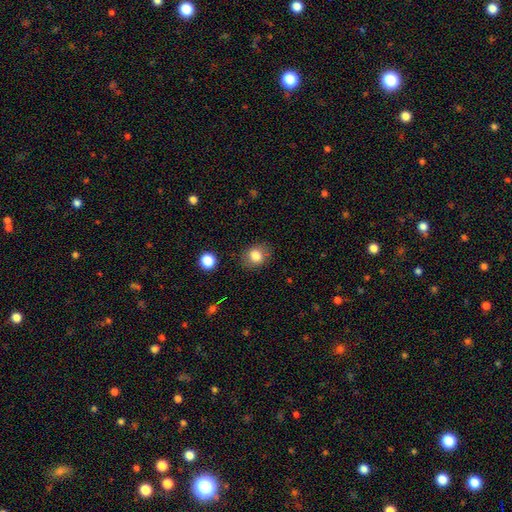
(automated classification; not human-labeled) Overall: smooth (81%). How rounded: round (56%; in between 43%). Merging: none (81%).